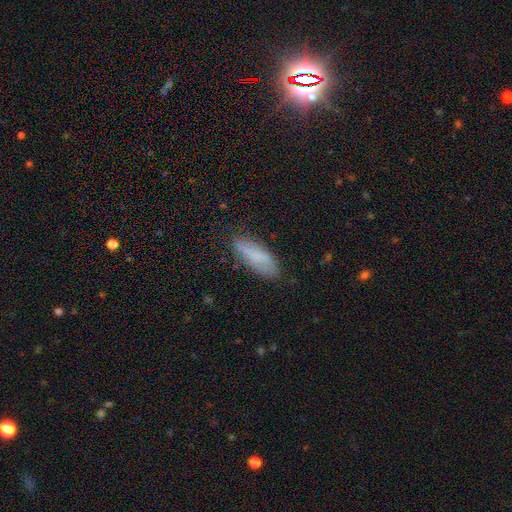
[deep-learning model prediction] Smooth or featured: smooth — 70% (featured or disk — 22%)
How rounded: in between — 60% (cigar-shaped — 38%)
Merging: none — 72% (minor disturbance — 21%)